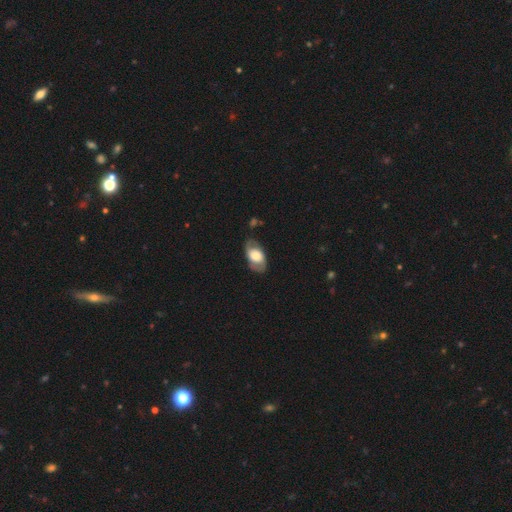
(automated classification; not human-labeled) The model was most divided on "smooth or featured": featured or disk: 48%, smooth: 45%, star or artifact: 6%. More confident: merging — none (71%).